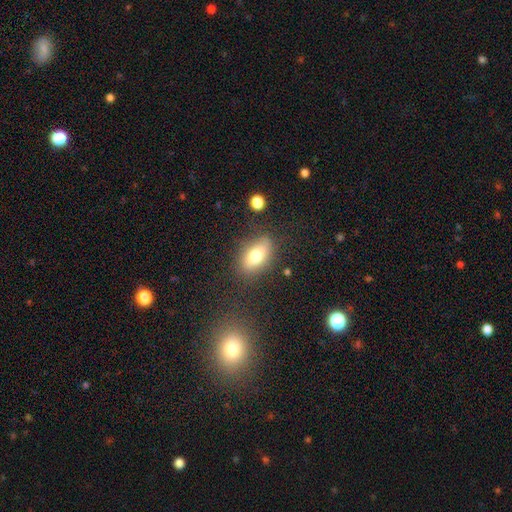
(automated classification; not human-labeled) Smooth or featured?
  - smooth: 74% *
  - featured or disk: 17%
  - star or artifact: 9%
How rounded?
  - in between: 85% *
  - round: 8%
  - cigar-shaped: 7%
Merging?
  - none: 79% *
  - minor disturbance: 14%
  - major disturbance: 5%
  - merger: 3%